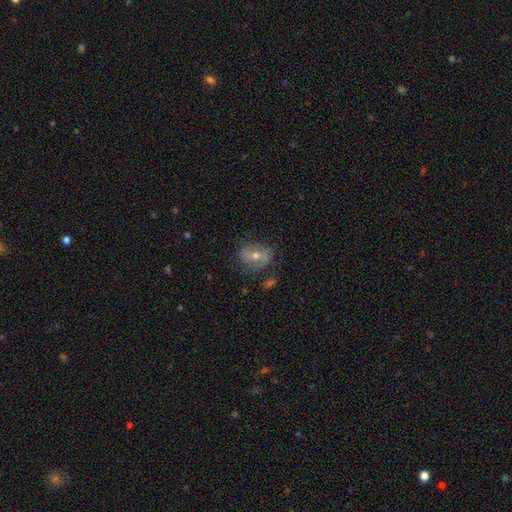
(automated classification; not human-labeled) Morphology: type=featured or disk (48%); merging=none (72%).